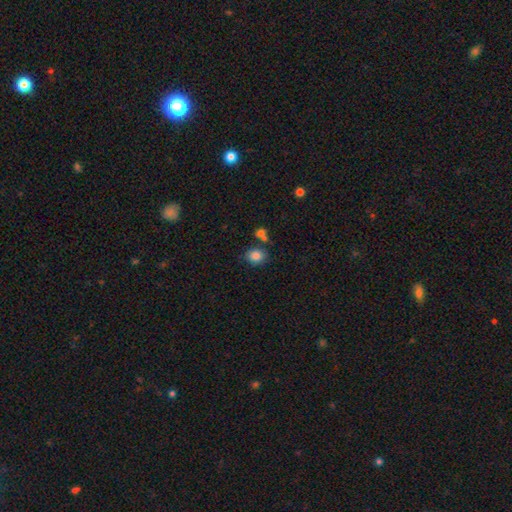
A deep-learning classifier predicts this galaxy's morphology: The model was most divided on "how rounded": round: 53%, in between: 46%, cigar-shaped: 1%. More confident: smooth or featured — smooth (85%); merging — none (70%).